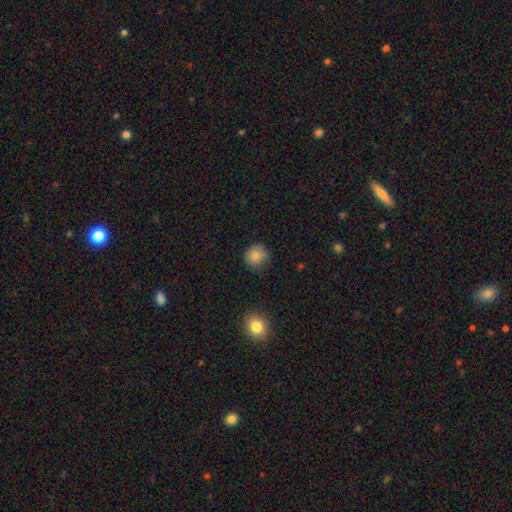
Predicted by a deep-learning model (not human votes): smooth_or_featured: smooth (p=0.83) [alt: star or artifact p=0.11]
how_rounded: round (p=0.92) [alt: in between p=0.07]
merging: none (p=0.88) [alt: minor disturbance p=0.09]